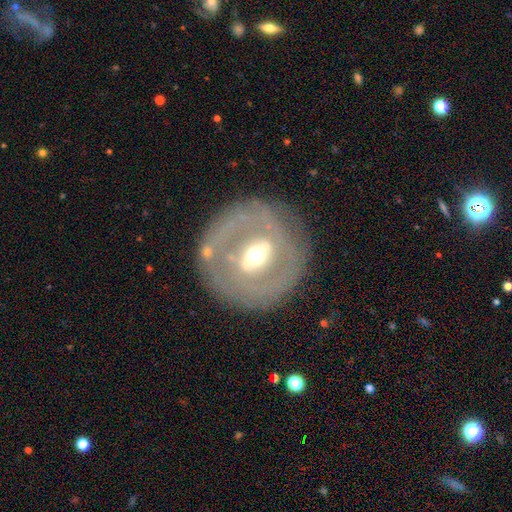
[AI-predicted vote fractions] Smooth or featured: featured or disk — 71% (smooth — 22%)
Edge-on disk: no — 88% (yes — 12%)
Bar: strong — 48% (weak — 34%)
Spiral arms: no — 71% (yes — 29%)
Bulge size: moderate — 65% (small — 22%)
Merging: none — 79% (minor disturbance — 12%)